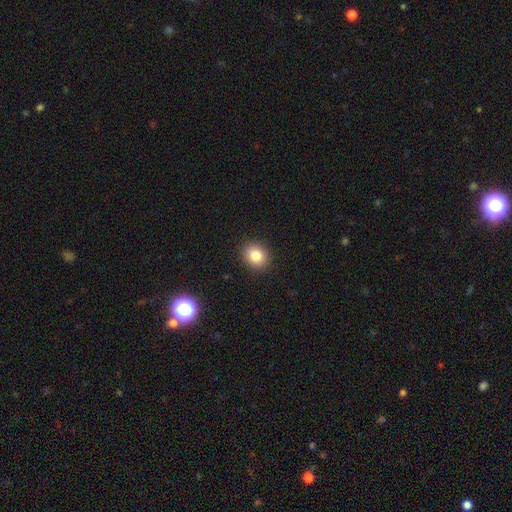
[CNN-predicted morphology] A smooth galaxy with no disk features (83%) that is round (63%).

Vote fractions:
- Smooth or featured? smooth: 83% / star or artifact: 10% / featured or disk: 7%
- How rounded? round: 63% / in between: 36% / cigar-shaped: 1%
- Merging? none: 91% / minor disturbance: 7% / major disturbance: 2% / merger: 1%